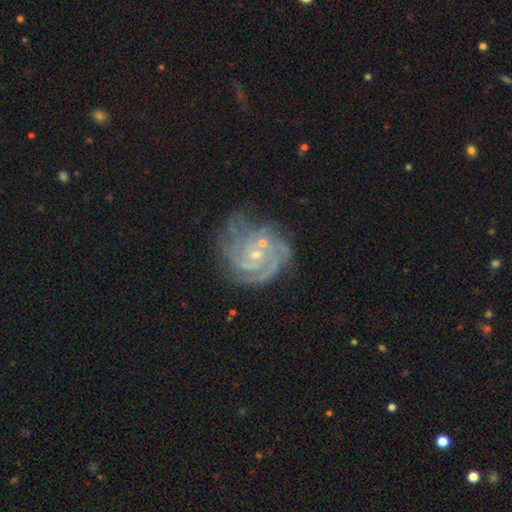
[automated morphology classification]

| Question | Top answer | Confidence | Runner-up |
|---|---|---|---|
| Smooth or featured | featured or disk | 87% | star or artifact (7%) |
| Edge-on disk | no | 98% | yes (2%) |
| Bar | no | 65% | weak (29%) |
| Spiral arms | yes | 97% | no (3%) |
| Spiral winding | tight | 69% | medium (27%) |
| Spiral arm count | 3 | 32% | 4 (22%) |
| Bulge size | small | 75% | moderate (19%) |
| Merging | none | 57% | minor disturbance (18%) |